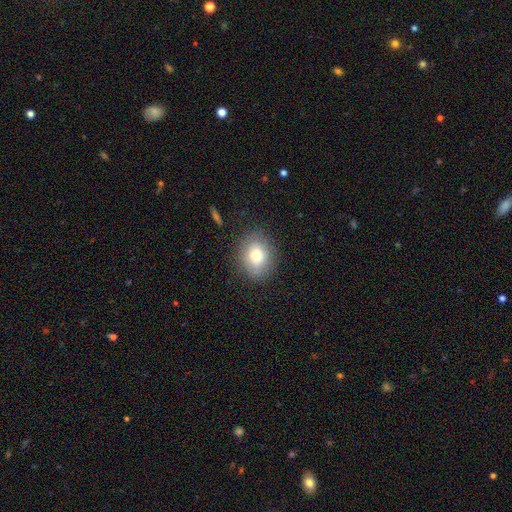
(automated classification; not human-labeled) smooth 76%, featured or disk 14%, star or artifact 10%. Down the decision tree: how rounded — round (53%); merging — none (82%).